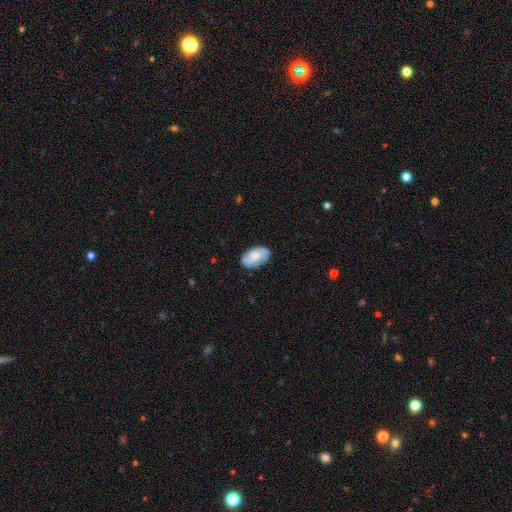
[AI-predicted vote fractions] Smooth or featured? smooth (64%)
How rounded? in between (93%)
Merging? none (78%)